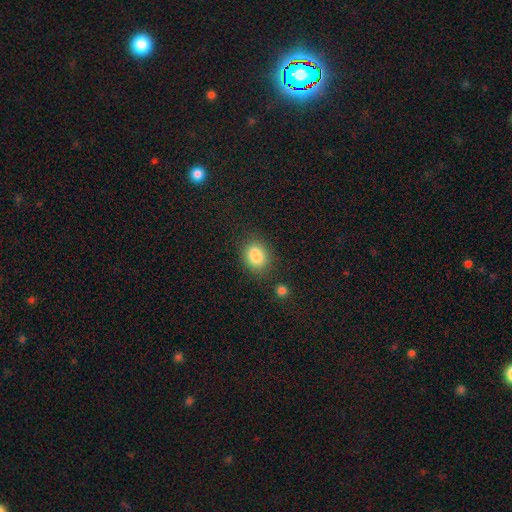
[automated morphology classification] The model was most divided on "how rounded": in between: 60%, round: 39%, cigar-shaped: 1%. More confident: smooth or featured — smooth (84%); merging — none (71%).